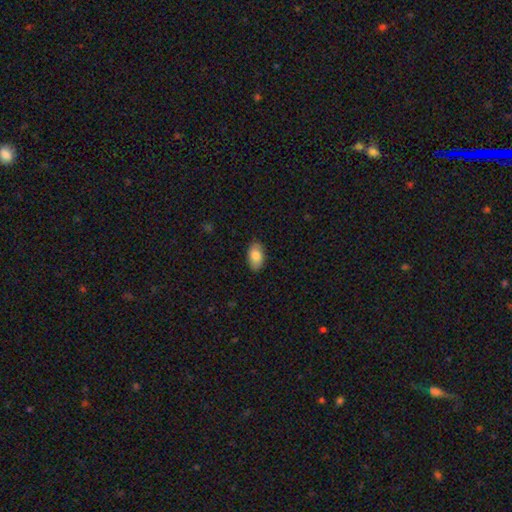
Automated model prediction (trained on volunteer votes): smooth 81%, featured or disk 13%, star or artifact 6%. Down the decision tree: how rounded — in between (93%); merging — none (87%).